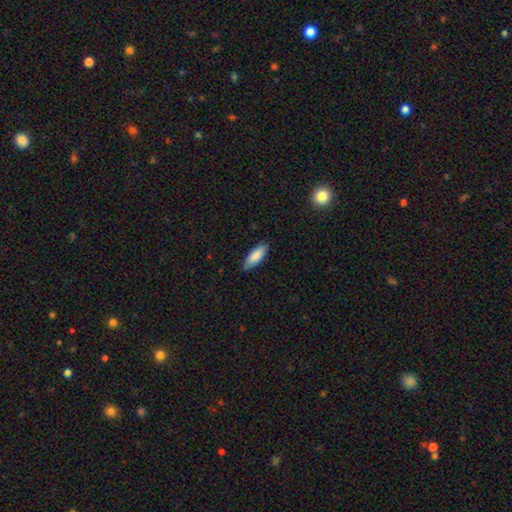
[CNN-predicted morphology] The model was most divided on "how rounded": in between: 68%, cigar-shaped: 30%, round: 1%. More confident: smooth or featured — smooth (85%); merging — none (84%).